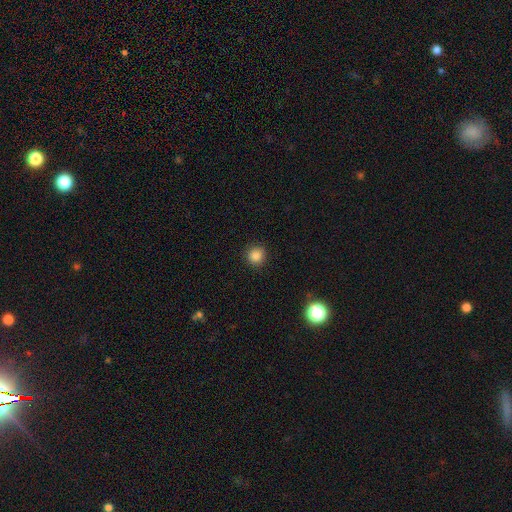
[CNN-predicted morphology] A smooth galaxy with no disk features (85%) that is round (93%).

Vote fractions:
- Smooth or featured? smooth: 85% / star or artifact: 11% / featured or disk: 4%
- How rounded? round: 93% / in between: 6% / cigar-shaped: 1%
- Merging? none: 91% / minor disturbance: 6% / major disturbance: 2% / merger: 1%